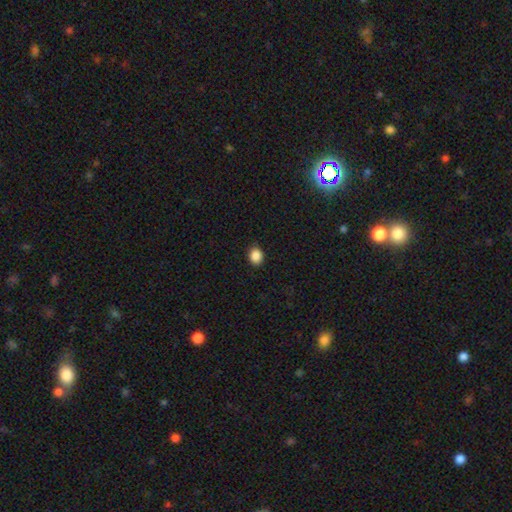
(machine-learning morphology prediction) This appears to be a smooth galaxy with no disk features (87%) that is round (62%). Merging: none (87%).